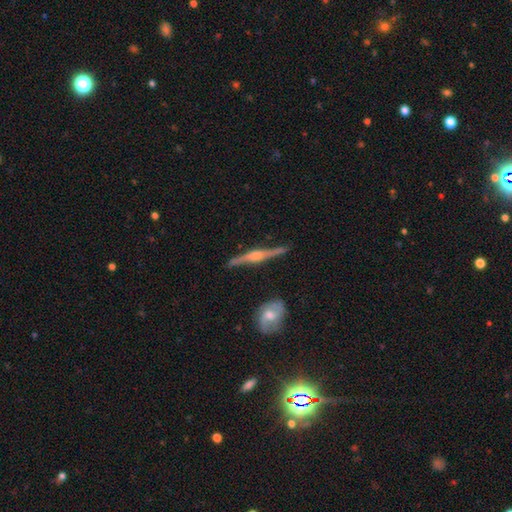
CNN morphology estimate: type=featured or disk (86%); edge-on=yes (96%); edge-on bulge=rounded (74%); merging=none (84%).